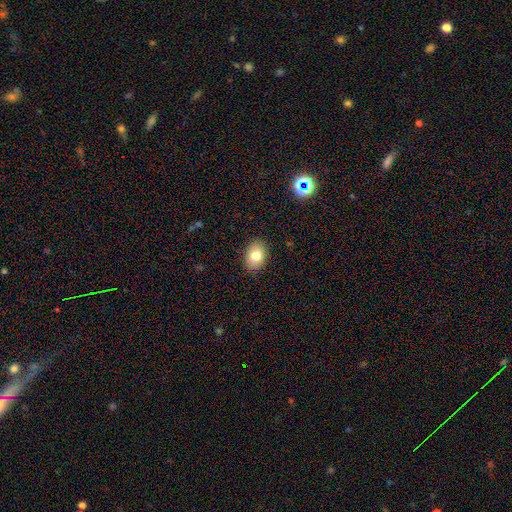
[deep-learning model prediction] A smooth galaxy with no disk features (79%) that is in between round and cigar-shaped (77%). Merging: none (88%).